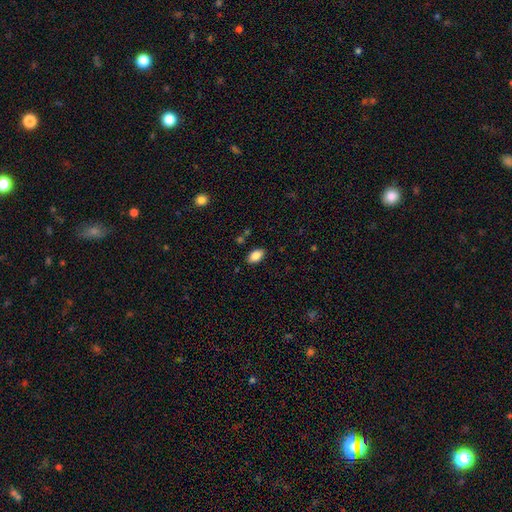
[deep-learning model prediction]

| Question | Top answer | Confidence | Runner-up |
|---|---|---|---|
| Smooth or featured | smooth | 86% | star or artifact (8%) |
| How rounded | in between | 93% | round (5%) |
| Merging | none | 86% | minor disturbance (10%) |